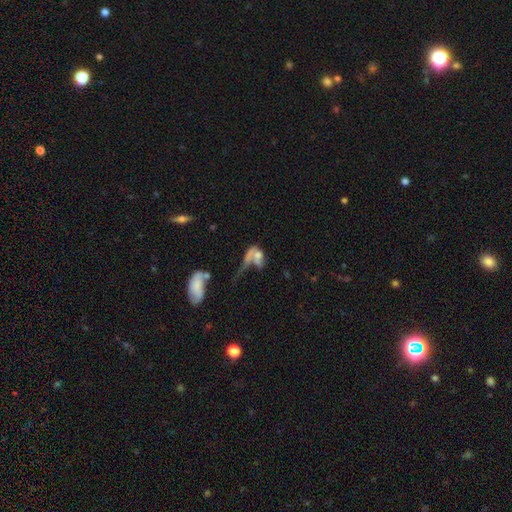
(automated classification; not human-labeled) Smooth or featured: smooth — 50% (featured or disk — 37%)
How rounded: in between — 70% (round — 18%)
Merging: merger — 42% (major disturbance — 31%)